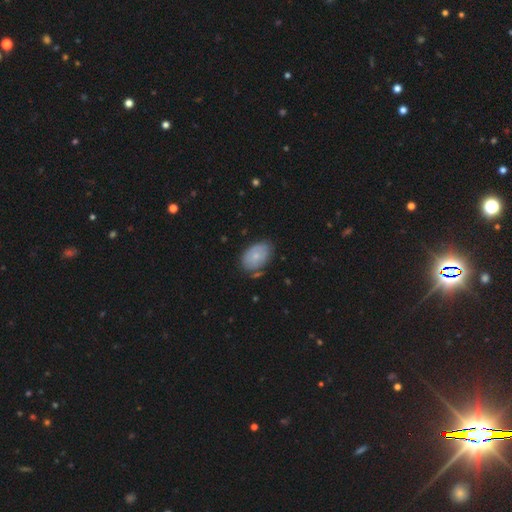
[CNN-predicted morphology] A smooth galaxy with no disk features (72%) that is in between round and cigar-shaped (89%).

Vote fractions:
- Smooth or featured? smooth: 72% / featured or disk: 21% / star or artifact: 7%
- How rounded? in between: 89% / round: 10% / cigar-shaped: 1%
- Merging? none: 72% / minor disturbance: 21% / major disturbance: 4% / merger: 4%